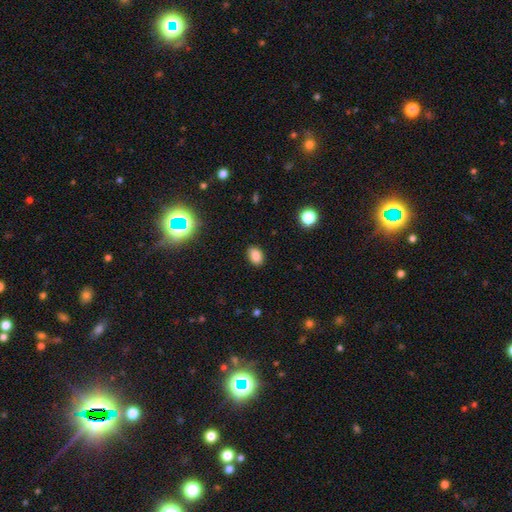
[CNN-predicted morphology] smooth 83%, star or artifact 13%, featured or disk 5%. Down the decision tree: how rounded — in between (80%); merging — none (87%).